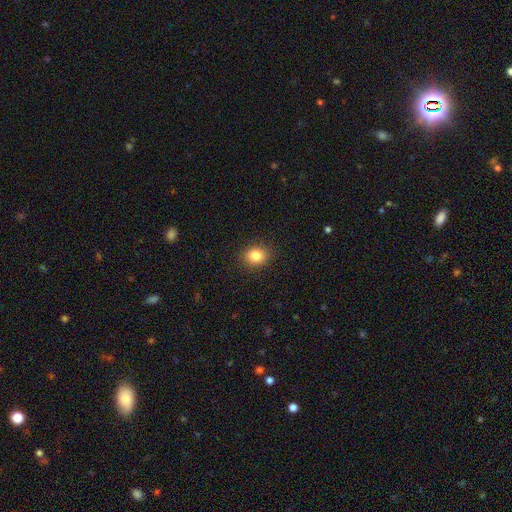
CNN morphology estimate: Smooth or featured?
  - smooth: 83% *
  - star or artifact: 11%
  - featured or disk: 6%
How rounded?
  - round: 64% *
  - in between: 35%
  - cigar-shaped: 1%
Merging?
  - none: 89% *
  - minor disturbance: 8%
  - major disturbance: 2%
  - merger: 1%